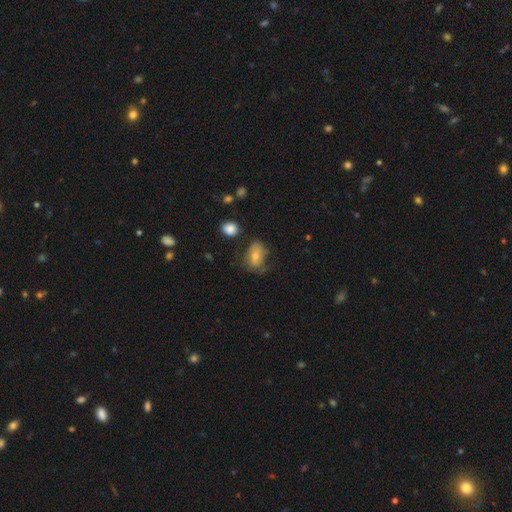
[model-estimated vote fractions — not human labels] Q: Smooth or featured?
A: smooth (68%); runner-up: featured or disk (22%)
Q: How rounded?
A: in between (81%); runner-up: round (17%)
Q: Merging?
A: none (43%); runner-up: minor disturbance (32%)